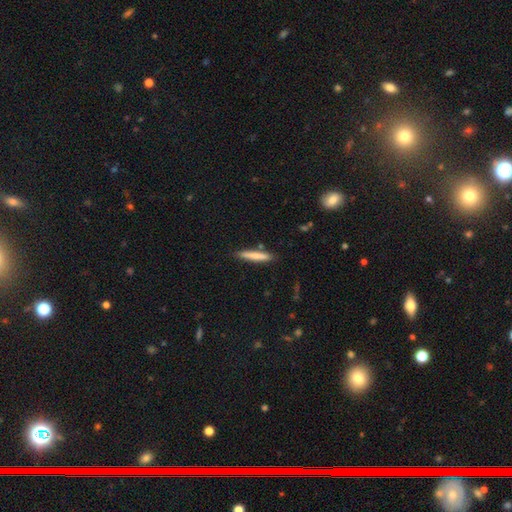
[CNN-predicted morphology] Q: Smooth or featured?
A: smooth (76%); runner-up: featured or disk (18%)
Q: How rounded?
A: cigar-shaped (93%); runner-up: in between (6%)
Q: Merging?
A: none (85%); runner-up: minor disturbance (10%)